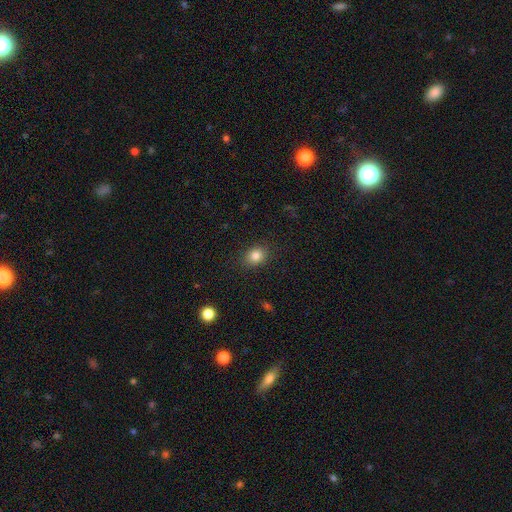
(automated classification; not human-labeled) The model was most divided on "how rounded": in between: 50%, round: 49%, cigar-shaped: 1%. More confident: merging — none (86%); smooth or featured — smooth (83%).